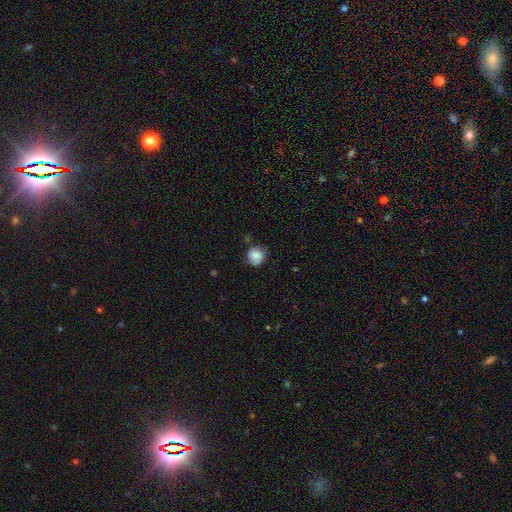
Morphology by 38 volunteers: Smooth or featured?
  - smooth: 84% *
  - featured or disk: 13%
  - star or artifact: 3%
How rounded?
  - round: 88% *
  - in between: 12%
  - cigar-shaped: 0%
Merging?
  - none: 73% *
  - minor disturbance: 24%
  - major disturbance: 3%
  - merger: 0%